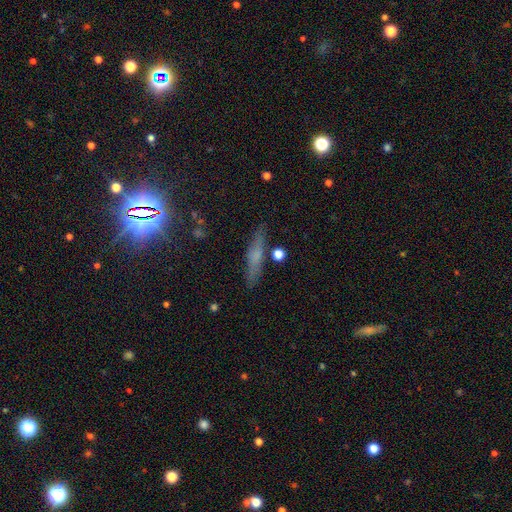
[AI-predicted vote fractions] Overall: smooth (50%; featured or disk 35%). Merging: none (82%).